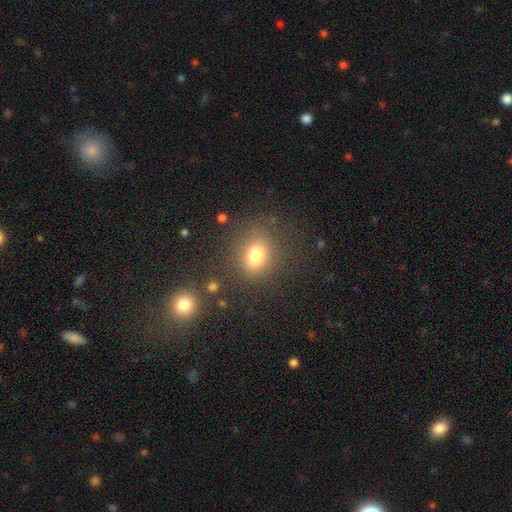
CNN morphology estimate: smooth_or_featured: smooth (p=0.77) [alt: star or artifact p=0.14]
how_rounded: round (p=0.55) [alt: in between p=0.43]
merging: none (p=0.80) [alt: minor disturbance p=0.11]